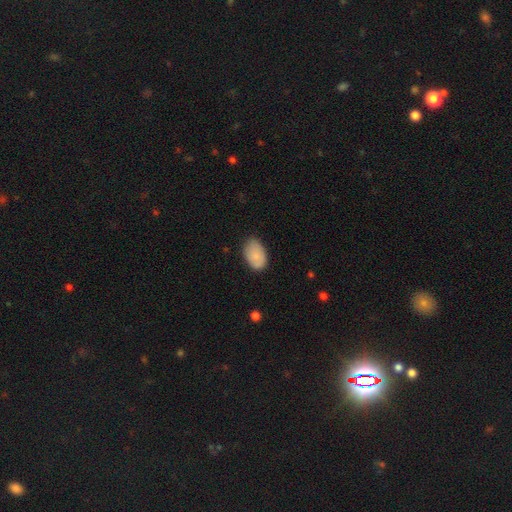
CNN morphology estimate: Smooth or featured?
  - smooth: 85% *
  - featured or disk: 8%
  - star or artifact: 6%
How rounded?
  - in between: 91% *
  - round: 8%
  - cigar-shaped: 1%
Merging?
  - none: 78% *
  - minor disturbance: 18%
  - major disturbance: 3%
  - merger: 1%